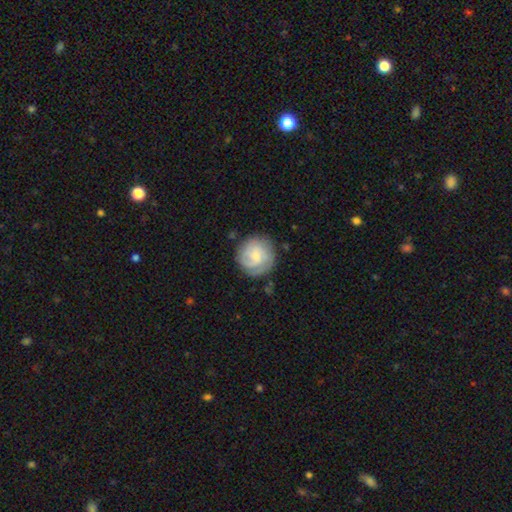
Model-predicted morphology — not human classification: type=featured or disk (60%); edge-on=no (98%); bar=no (63%); spiral arms=yes (90%); winding=tight (56%); arm count=can't tell (32%); bulge=small (66%); merging=none (78%).